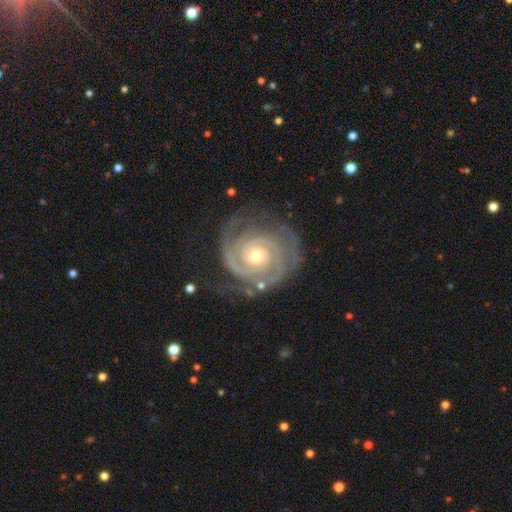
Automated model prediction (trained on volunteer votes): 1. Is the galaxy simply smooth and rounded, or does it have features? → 92% featured or disk, 4% star or artifact, 3% smooth.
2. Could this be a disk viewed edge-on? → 98% no, 2% yes.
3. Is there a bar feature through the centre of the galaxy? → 77% no, 17% weak, 7% strong.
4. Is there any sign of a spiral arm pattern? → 98% yes, 2% no.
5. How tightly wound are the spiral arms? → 82% tight, 16% medium, 2% loose.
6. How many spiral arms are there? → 51% 2, 23% 3, 11% can't tell, 7% 4, 4% 1, 4% more than 4.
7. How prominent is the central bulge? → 53% small, 43% moderate, 2% large, 1% none, 1% dominant.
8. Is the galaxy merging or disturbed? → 71% none, 18% minor disturbance, 9% major disturbance, 2% merger.